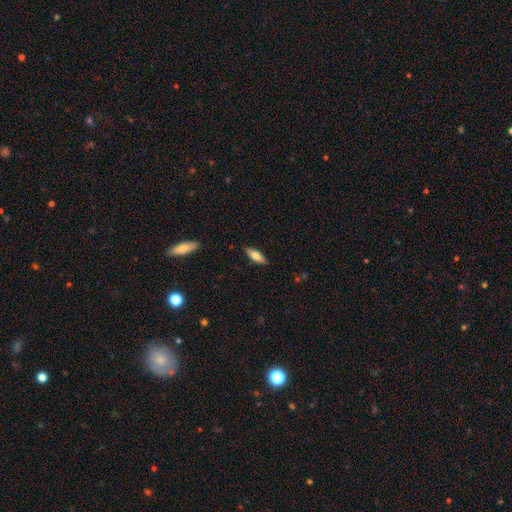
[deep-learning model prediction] Overall: smooth (65%; featured or disk 29%). How rounded: in between (59%; cigar-shaped 39%). Merging: none (88%).